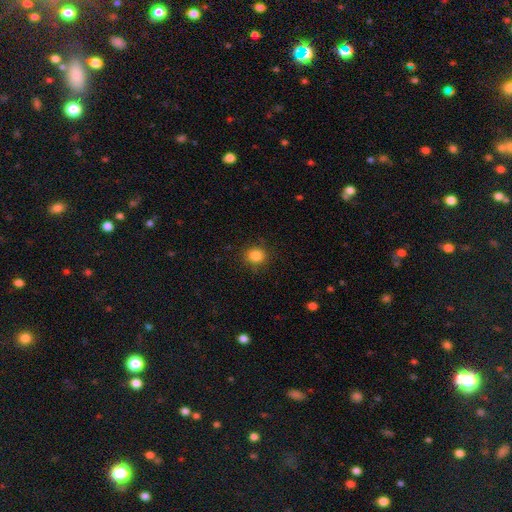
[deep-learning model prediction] Smooth or featured? Predicted: smooth (p=0.85). How rounded? Predicted: round (p=0.83). Merging? Predicted: none (p=0.86).